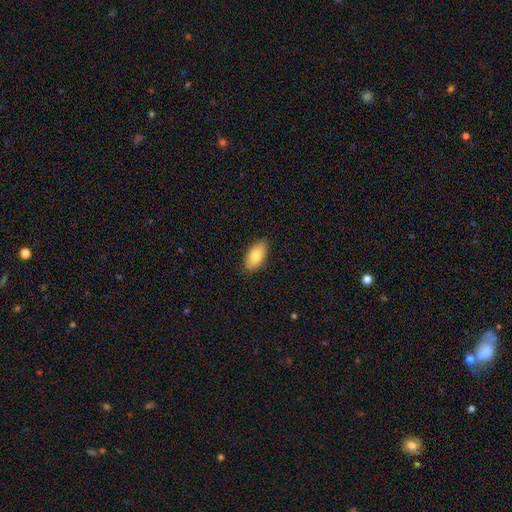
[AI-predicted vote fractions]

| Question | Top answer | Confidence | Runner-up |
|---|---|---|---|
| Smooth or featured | smooth | 78% | featured or disk (15%) |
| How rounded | in between | 92% | cigar-shaped (4%) |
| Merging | none | 87% | minor disturbance (10%) |